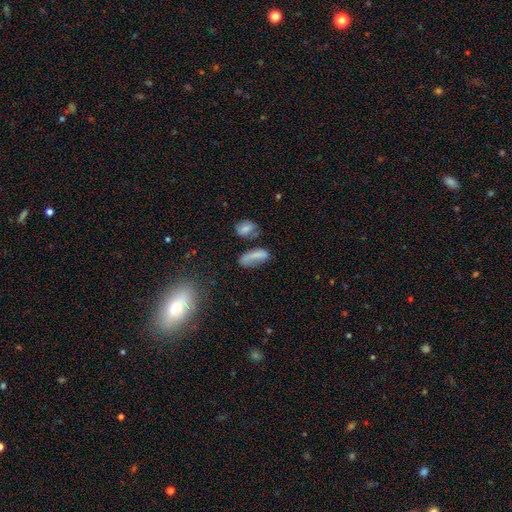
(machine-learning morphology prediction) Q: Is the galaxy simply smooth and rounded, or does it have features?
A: smooth — 69%.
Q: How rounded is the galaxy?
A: in between — 72%.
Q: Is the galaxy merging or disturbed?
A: none — 43%.